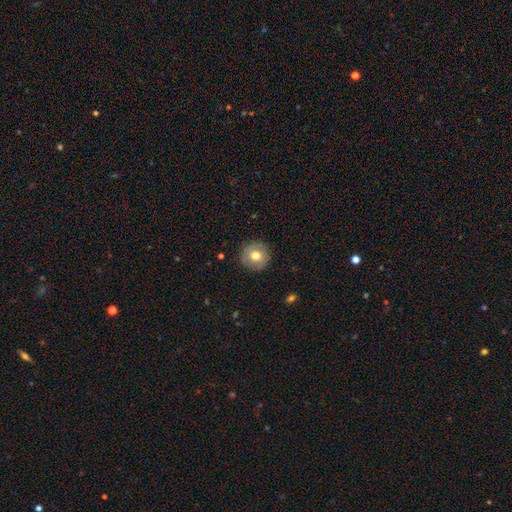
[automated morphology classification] smooth 71%, featured or disk 21%, star or artifact 8%. Down the decision tree: how rounded — round (95%); merging — none (89%).